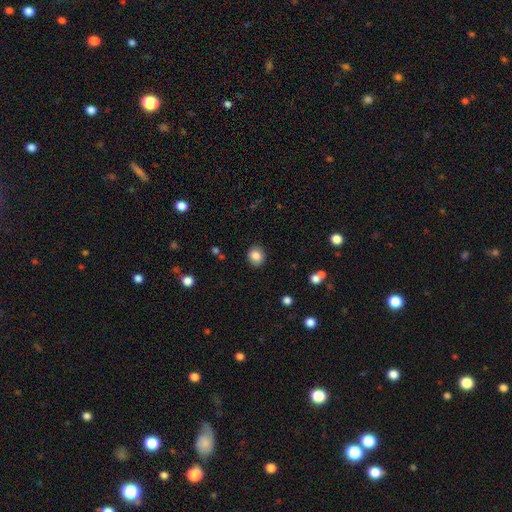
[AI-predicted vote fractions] Q: Smooth or featured?
A: smooth (85%); runner-up: star or artifact (9%)
Q: How rounded?
A: round (71%); runner-up: in between (28%)
Q: Merging?
A: none (88%); runner-up: minor disturbance (8%)